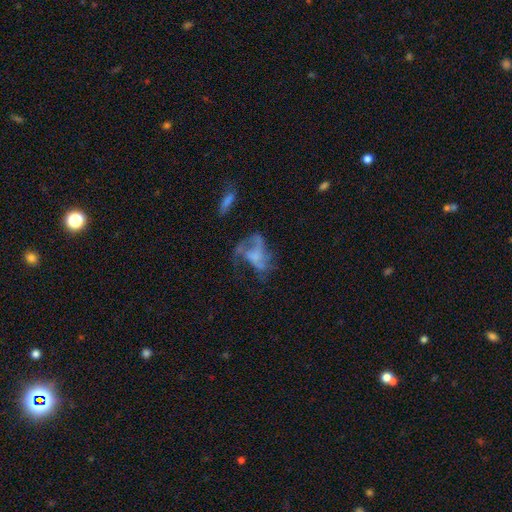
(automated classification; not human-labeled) Q: Smooth or featured?
A: featured or disk (59%); runner-up: smooth (28%)
Q: Edge-on disk?
A: no (96%); runner-up: yes (4%)
Q: Bar?
A: no (74%); runner-up: weak (20%)
Q: Spiral arms?
A: no (55%); runner-up: yes (45%)
Q: Bulge size?
A: none (56%); runner-up: small (17%)
Q: Merging?
A: major disturbance (47%); runner-up: none (29%)